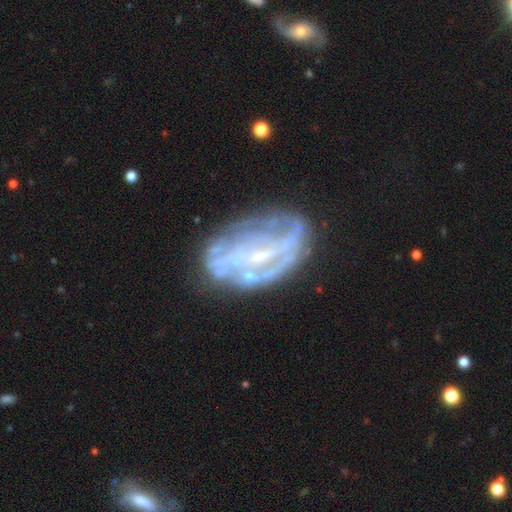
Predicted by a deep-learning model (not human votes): Q: Smooth or featured?
A: featured or disk (76%); runner-up: smooth (15%)
Q: Edge-on disk?
A: no (95%); runner-up: yes (5%)
Q: Bar?
A: no (39%); runner-up: weak (36%)
Q: Spiral arms?
A: yes (54%); runner-up: no (46%)
Q: Bulge size?
A: small (63%); runner-up: moderate (17%)
Q: Merging?
A: none (58%); runner-up: minor disturbance (23%)